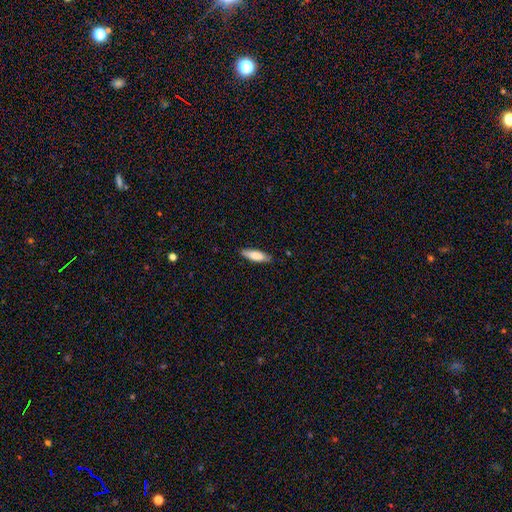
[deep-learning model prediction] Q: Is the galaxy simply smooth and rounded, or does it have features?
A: smooth — 81%.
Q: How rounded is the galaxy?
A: cigar-shaped — 54%.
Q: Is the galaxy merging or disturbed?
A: none — 82%.